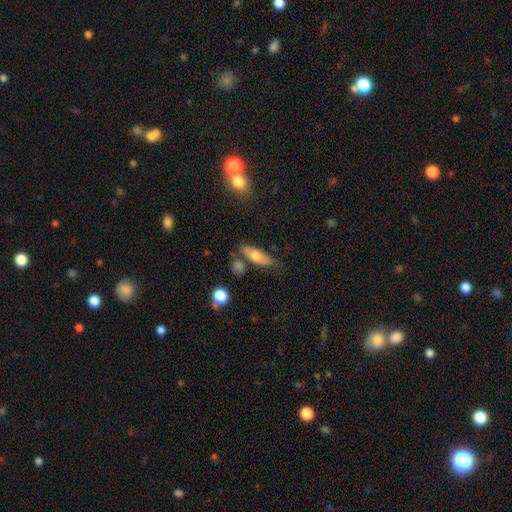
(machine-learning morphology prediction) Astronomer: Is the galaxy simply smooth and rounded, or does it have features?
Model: smooth — 65%.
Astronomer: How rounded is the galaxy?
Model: in between — 58% (runner-up: cigar-shaped, 39%).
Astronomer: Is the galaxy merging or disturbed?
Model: none — 65%.